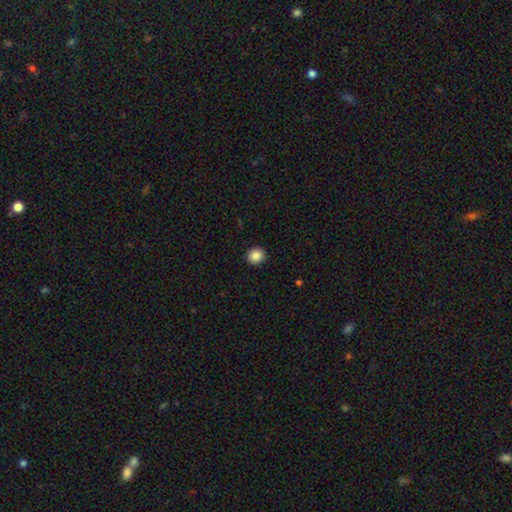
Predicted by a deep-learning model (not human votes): Smooth or featured?
  - smooth: 87% *
  - star or artifact: 9%
  - featured or disk: 4%
How rounded?
  - round: 85% *
  - in between: 14%
  - cigar-shaped: 1%
Merging?
  - none: 92% *
  - minor disturbance: 5%
  - major disturbance: 2%
  - merger: 1%